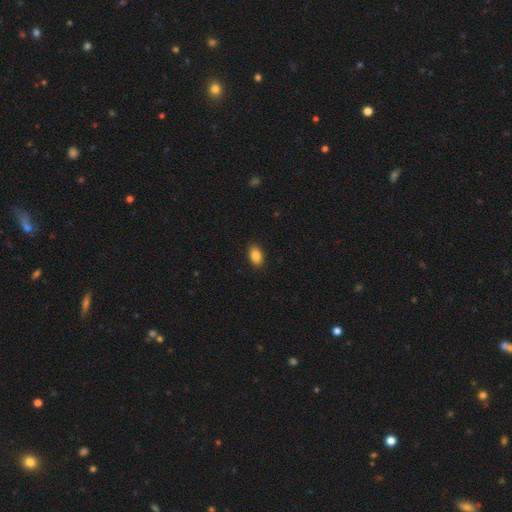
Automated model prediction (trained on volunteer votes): This is clearly a smooth galaxy (86%). How rounded: clearly in between (90%). Merging: clearly none (90%).